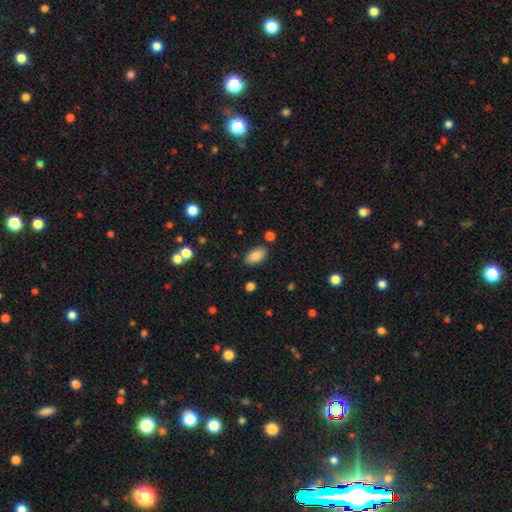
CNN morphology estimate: type=smooth (86%); roundness=in between (93%); merging=none (84%).